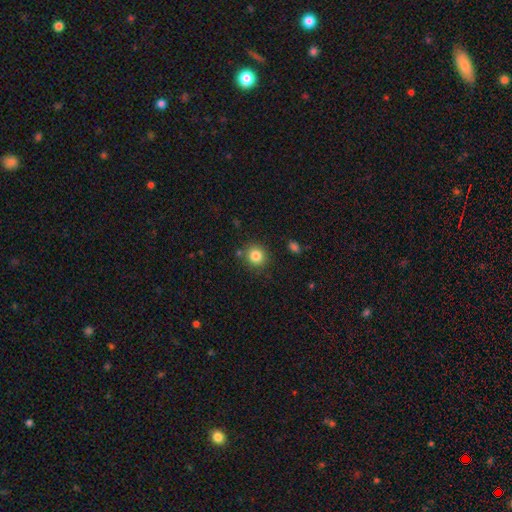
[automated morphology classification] Overall: smooth (83%). How rounded: round (87%). Merging: none (84%).